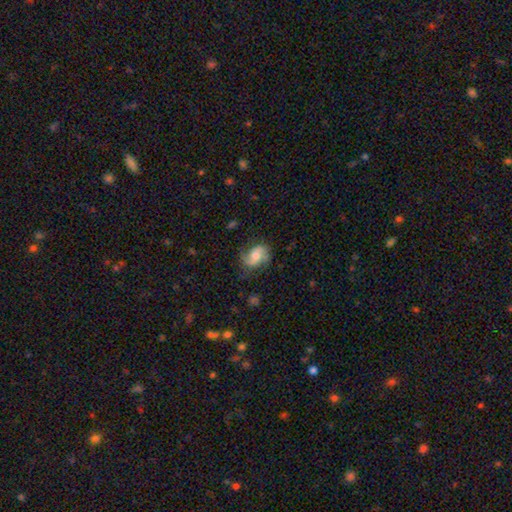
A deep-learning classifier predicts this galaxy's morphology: Smooth or featured: featured or disk — 60% (smooth — 32%)
Edge-on disk: no — 97% (yes — 3%)
Bar: no — 56% (weak — 34%)
Spiral arms: yes — 89% (no — 11%)
Spiral winding: loose — 45% (medium — 39%)
Spiral arm count: 2 — 79% (can't tell — 8%)
Bulge size: moderate — 58% (small — 25%)
Merging: none — 64% (minor disturbance — 22%)